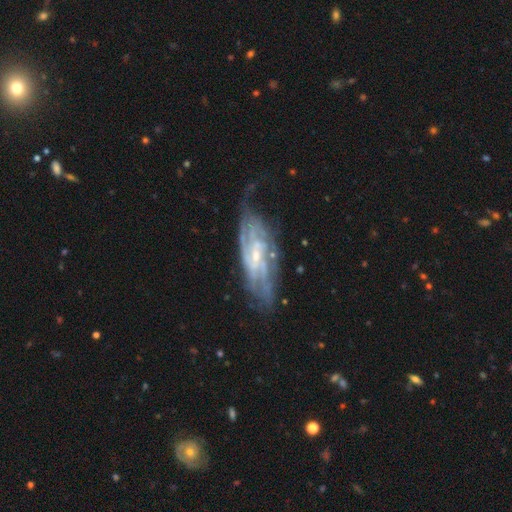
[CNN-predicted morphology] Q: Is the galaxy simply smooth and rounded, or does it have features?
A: featured or disk — 83%.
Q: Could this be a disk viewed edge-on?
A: no — 87%.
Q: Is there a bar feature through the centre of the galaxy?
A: weak — 44%.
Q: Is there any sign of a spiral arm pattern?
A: yes — 91%.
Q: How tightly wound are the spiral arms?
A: tight — 57%.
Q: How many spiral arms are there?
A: can't tell — 44%.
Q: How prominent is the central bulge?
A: small — 67%.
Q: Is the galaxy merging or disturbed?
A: none — 60%.